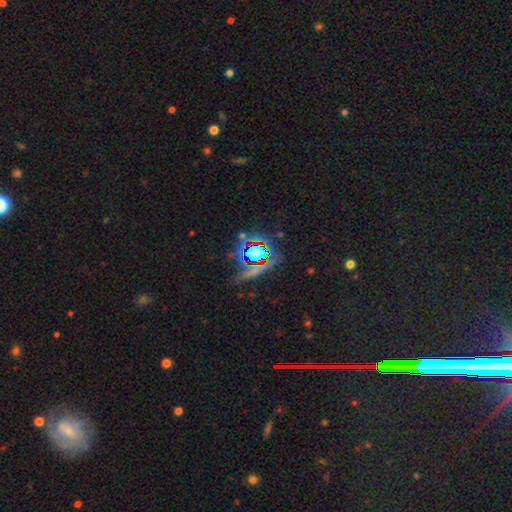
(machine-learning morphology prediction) Q: Smooth or featured?
A: star or artifact (73%); runner-up: smooth (16%)